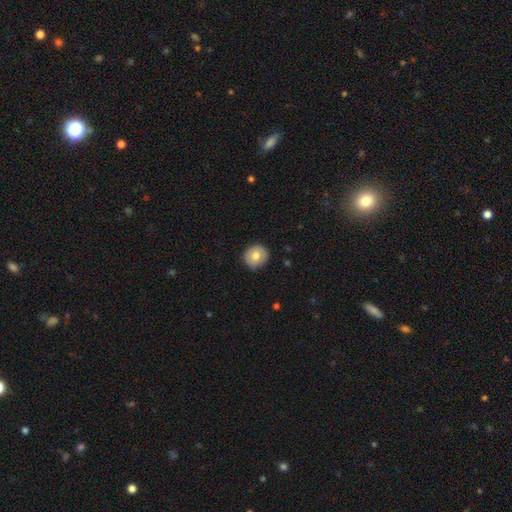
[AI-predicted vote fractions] The model was most divided on "smooth or featured": smooth: 74%, featured or disk: 18%, star or artifact: 8%. More confident: how rounded — round (89%); merging — none (87%).